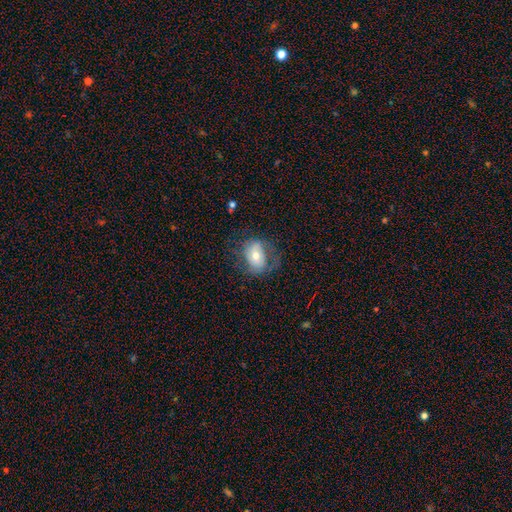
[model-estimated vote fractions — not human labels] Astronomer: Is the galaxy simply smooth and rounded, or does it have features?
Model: smooth — 52% (runner-up: featured or disk, 40%).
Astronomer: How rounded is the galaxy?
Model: in between — 69%.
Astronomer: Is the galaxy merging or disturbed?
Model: none — 54%.